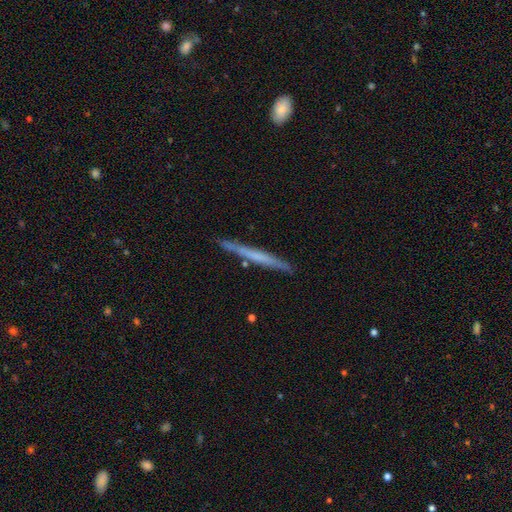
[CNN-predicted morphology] Smooth or featured: featured or disk — 48% (smooth — 46%)
Merging: none — 87% (minor disturbance — 9%)